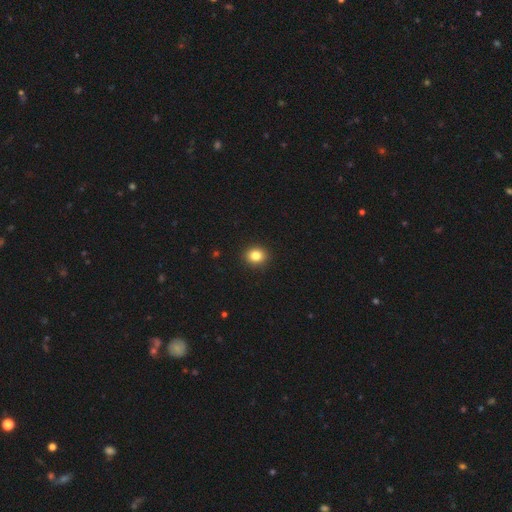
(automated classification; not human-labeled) A smooth galaxy with no disk features (84%) that is round (76%).

Vote fractions:
- Smooth or featured? smooth: 84% / star or artifact: 11% / featured or disk: 6%
- How rounded? round: 76% / in between: 24% / cigar-shaped: 1%
- Merging? none: 92% / minor disturbance: 5% / major disturbance: 2% / merger: 1%